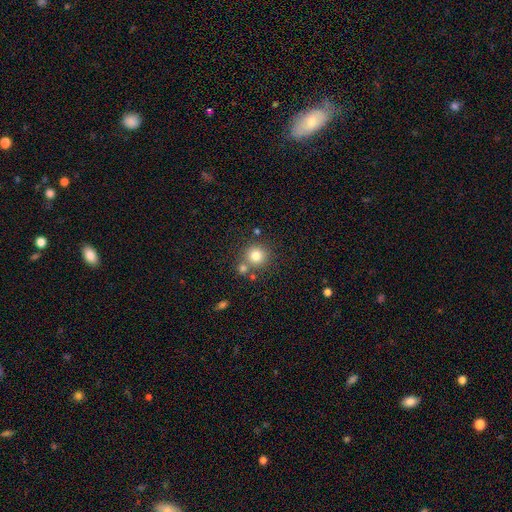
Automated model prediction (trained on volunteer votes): A smooth galaxy with no disk features (80%) that is round (92%). Merging: none (70%).